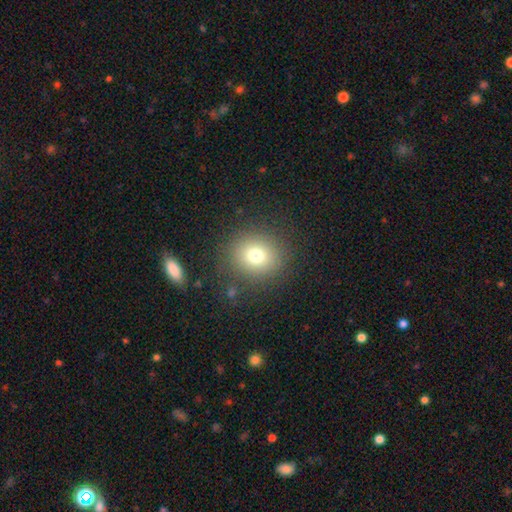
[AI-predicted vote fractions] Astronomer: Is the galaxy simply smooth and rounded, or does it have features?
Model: smooth — 75%.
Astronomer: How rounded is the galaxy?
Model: round — 85%.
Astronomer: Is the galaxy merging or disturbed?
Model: none — 86%.